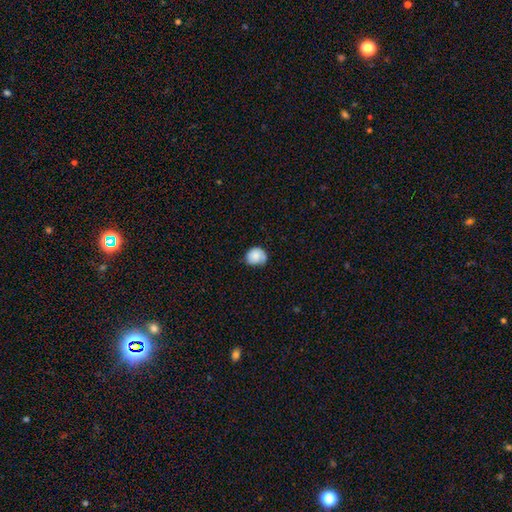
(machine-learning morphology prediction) A smooth galaxy with no disk features (77%) that is round (76%).

Vote fractions:
- Smooth or featured? smooth: 77% / featured or disk: 16% / star or artifact: 7%
- How rounded? round: 76% / in between: 24% / cigar-shaped: 1%
- Merging? none: 57% / minor disturbance: 32% / major disturbance: 9% / merger: 2%